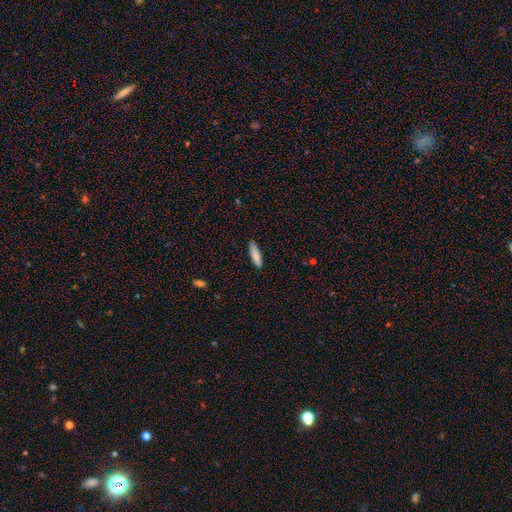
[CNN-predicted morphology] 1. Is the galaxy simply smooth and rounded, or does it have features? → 85% smooth, 9% featured or disk, 6% star or artifact.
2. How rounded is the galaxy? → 71% cigar-shaped, 28% in between, 1% round.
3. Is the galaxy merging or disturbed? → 85% none, 12% minor disturbance, 2% major disturbance, 1% merger.